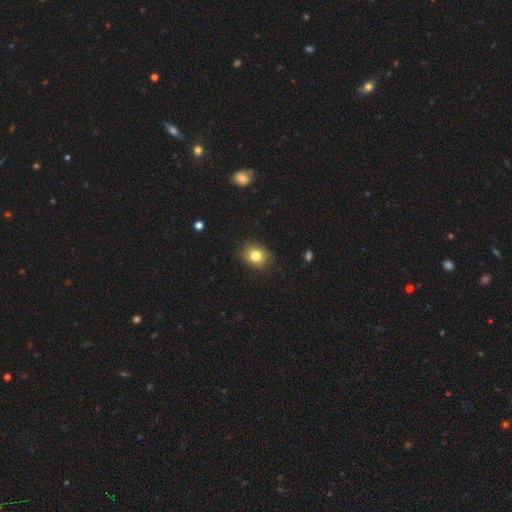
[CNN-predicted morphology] Overall: smooth (81%). How rounded: round (50%; in between 49%). Merging: none (85%).